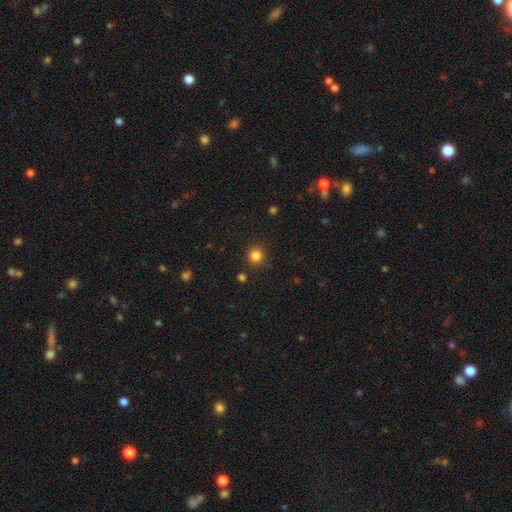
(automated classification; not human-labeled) Smooth or featured? Predicted: smooth (p=0.83). How rounded? Predicted: round (p=0.91). Merging? Predicted: none (p=0.88).